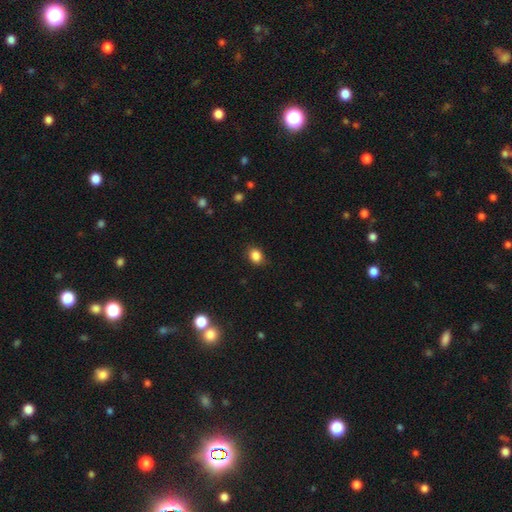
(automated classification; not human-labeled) Morphology: type=smooth (86%); roundness=in between (52%); merging=none (84%).